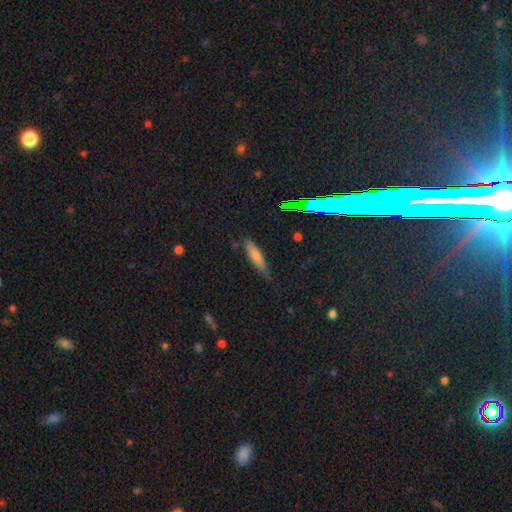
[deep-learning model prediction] Q: Smooth or featured?
A: smooth (71%); runner-up: featured or disk (19%)
Q: How rounded?
A: cigar-shaped (75%); runner-up: in between (22%)
Q: Merging?
A: none (70%); runner-up: minor disturbance (23%)